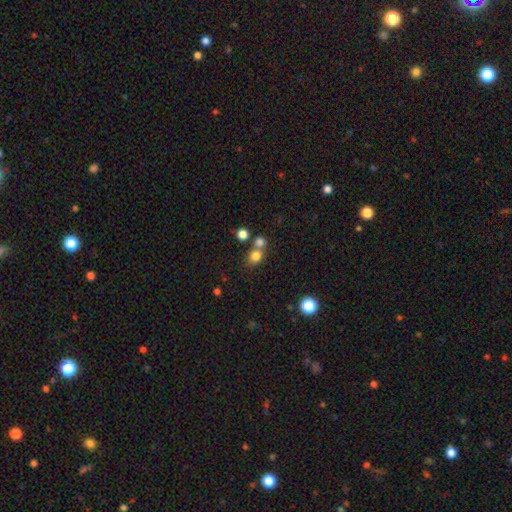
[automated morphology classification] The model was most divided on "merging": none: 52%, merger: 36%, minor disturbance: 8%, major disturbance: 4%. More confident: smooth or featured — smooth (79%); how rounded — round (74%).